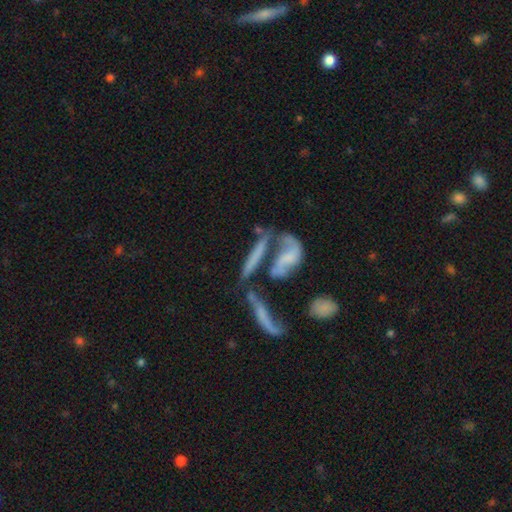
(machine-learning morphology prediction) featured or disk 45%, smooth 42%, star or artifact 12%. Down the decision tree: merging — merger (50%).